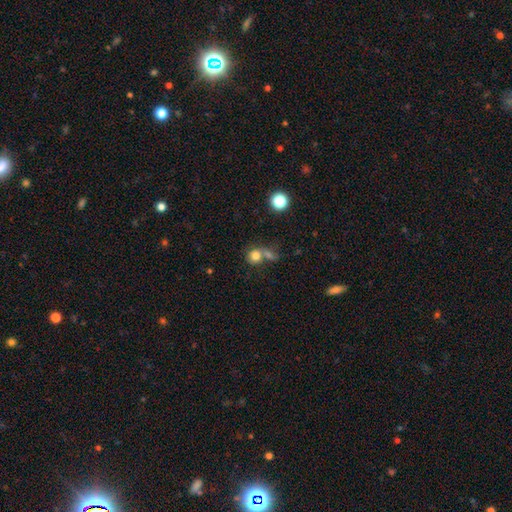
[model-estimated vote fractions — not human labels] Smooth or featured? Predicted: smooth (p=0.78). How rounded? Predicted: round (p=0.83). Merging? Predicted: none (p=0.42).